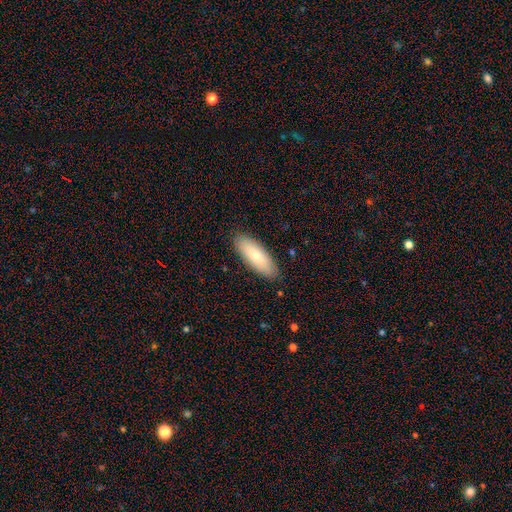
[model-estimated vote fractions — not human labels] Smooth or featured? Predicted: smooth (p=0.80). How rounded? Predicted: in between (p=0.68). Merging? Predicted: none (p=0.88).